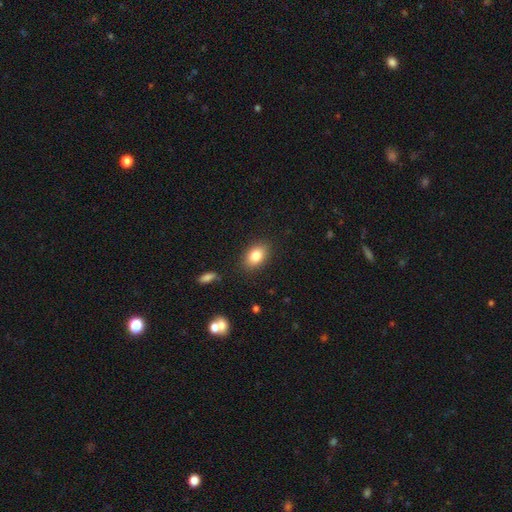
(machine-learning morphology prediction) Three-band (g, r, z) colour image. It shows a smooth galaxy with no disk features (84%) that is in between round and cigar-shaped (85%). Merging: none (86%).